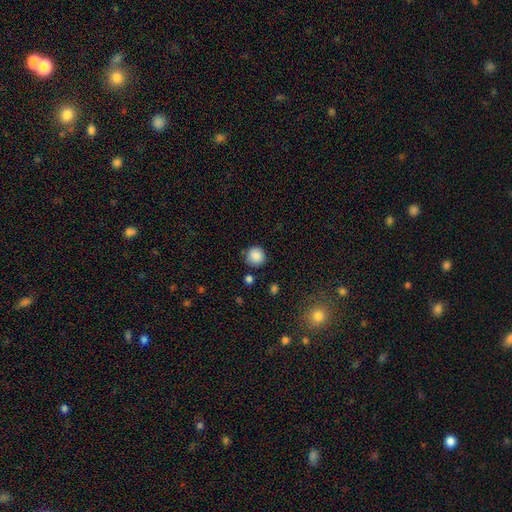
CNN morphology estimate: Smooth or featured? Predicted: smooth (p=0.87). How rounded? Predicted: round (p=0.93). Merging? Predicted: none (p=0.85).